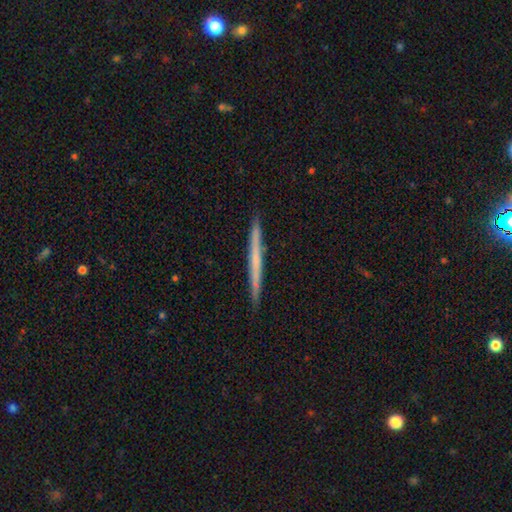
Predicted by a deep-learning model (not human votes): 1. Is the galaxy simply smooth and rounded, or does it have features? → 51% featured or disk, 44% smooth, 5% star or artifact.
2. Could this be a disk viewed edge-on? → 97% yes, 3% no.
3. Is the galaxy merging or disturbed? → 92% none, 6% minor disturbance, 1% major disturbance, 1% merger.